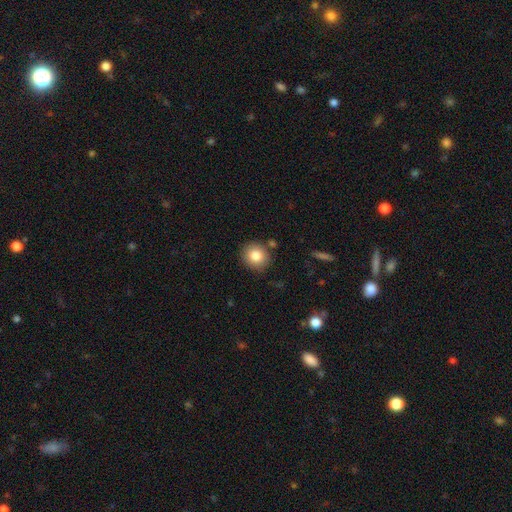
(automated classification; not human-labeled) Q: Smooth or featured?
A: smooth (83%); runner-up: star or artifact (9%)
Q: How rounded?
A: round (87%); runner-up: in between (12%)
Q: Merging?
A: none (84%); runner-up: minor disturbance (9%)